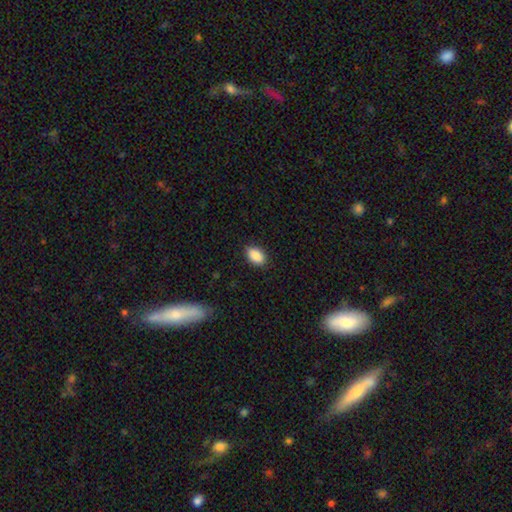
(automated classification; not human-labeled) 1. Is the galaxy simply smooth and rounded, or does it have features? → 89% smooth, 7% star or artifact, 4% featured or disk.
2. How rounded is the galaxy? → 90% in between, 7% round, 2% cigar-shaped.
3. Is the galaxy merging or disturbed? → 87% none, 10% minor disturbance, 2% major disturbance, 1% merger.